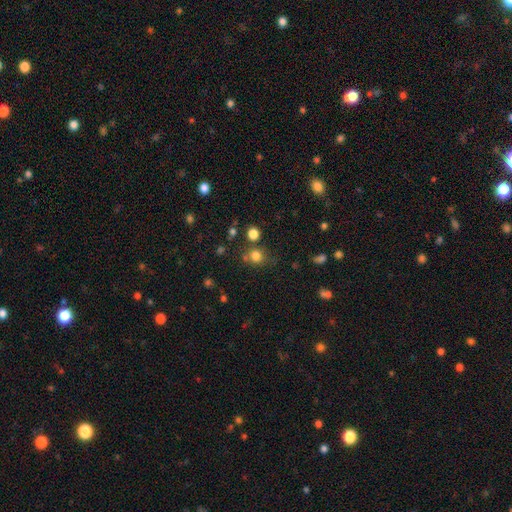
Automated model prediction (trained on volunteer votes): Smooth or featured? smooth (78%)
How rounded? round (83%)
Merging? none (68%)